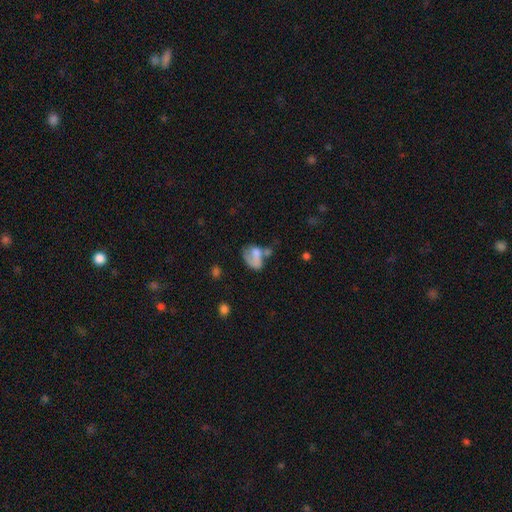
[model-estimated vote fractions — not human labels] A smooth galaxy with no disk features (61%) that is in between round and cigar-shaped (78%). Merging: major disturbance (30%).